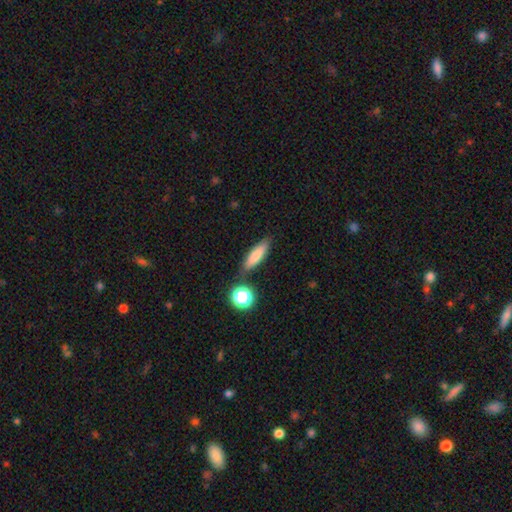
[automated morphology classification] type=smooth (79%); roundness=cigar-shaped (59%); merging=none (79%).